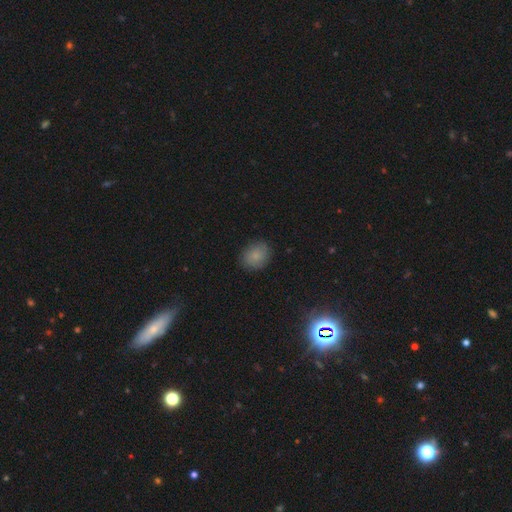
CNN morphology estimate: type=smooth (84%); roundness=round (52%); merging=none (86%).